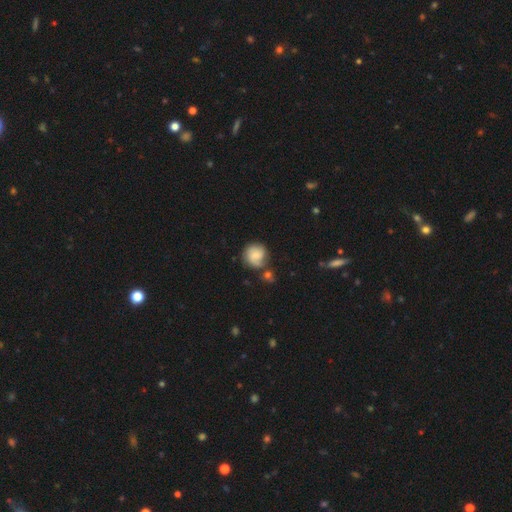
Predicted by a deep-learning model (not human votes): smooth 60%, featured or disk 32%, star or artifact 8%. Down the decision tree: how rounded — round (85%); merging — none (59%).